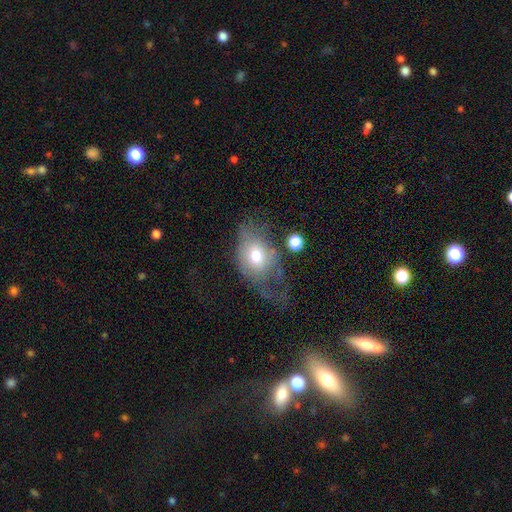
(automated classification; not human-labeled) Q: Smooth or featured?
A: smooth (64%); runner-up: featured or disk (26%)
Q: How rounded?
A: in between (65%); runner-up: round (33%)
Q: Merging?
A: major disturbance (44%); runner-up: none (25%)